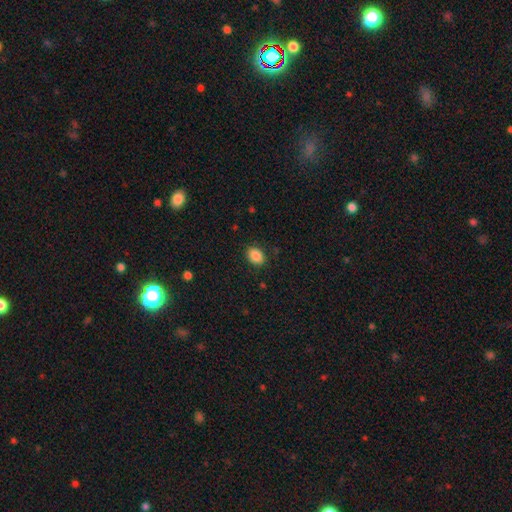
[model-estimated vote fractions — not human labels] Q: Smooth or featured?
A: smooth (87%); runner-up: star or artifact (9%)
Q: How rounded?
A: in between (70%); runner-up: round (29%)
Q: Merging?
A: none (88%); runner-up: minor disturbance (9%)